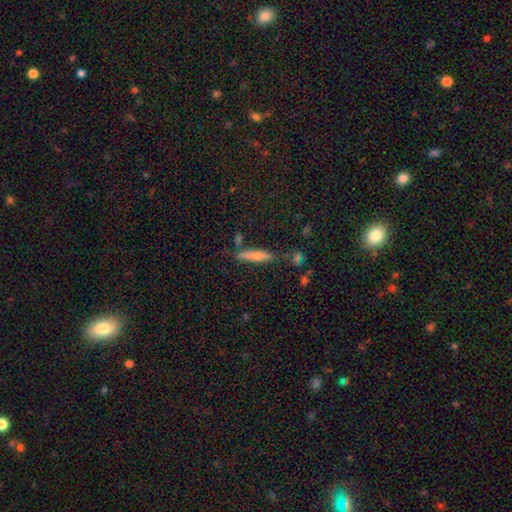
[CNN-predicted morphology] Q: Smooth or featured?
A: smooth (67%); runner-up: featured or disk (25%)
Q: How rounded?
A: cigar-shaped (87%); runner-up: in between (12%)
Q: Merging?
A: none (76%); runner-up: minor disturbance (15%)